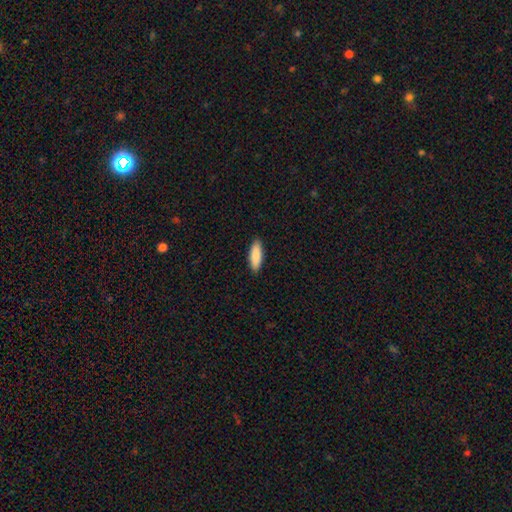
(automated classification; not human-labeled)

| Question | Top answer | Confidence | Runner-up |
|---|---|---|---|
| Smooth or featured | smooth | 88% | featured or disk (7%) |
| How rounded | in between | 56% | cigar-shaped (43%) |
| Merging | none | 90% | minor disturbance (7%) |